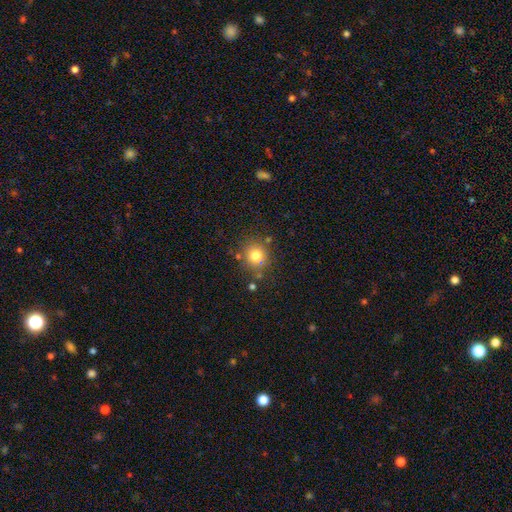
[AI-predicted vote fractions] This is likely a smooth galaxy (78%). How rounded: clearly round (88%). Merging: likely none (79%).